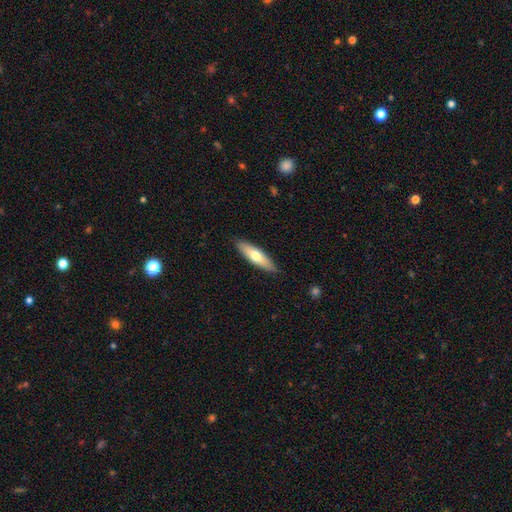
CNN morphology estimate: smooth_or_featured: smooth (p=0.61) [alt: featured or disk p=0.33]
how_rounded: cigar-shaped (p=0.62) [alt: in between p=0.36]
merging: none (p=0.88) [alt: minor disturbance p=0.09]